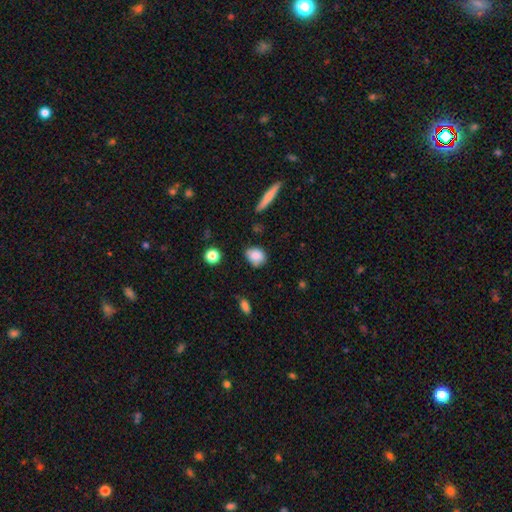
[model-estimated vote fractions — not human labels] Overall: smooth (84%). How rounded: in between (60%; round 38%). Merging: none (67%).